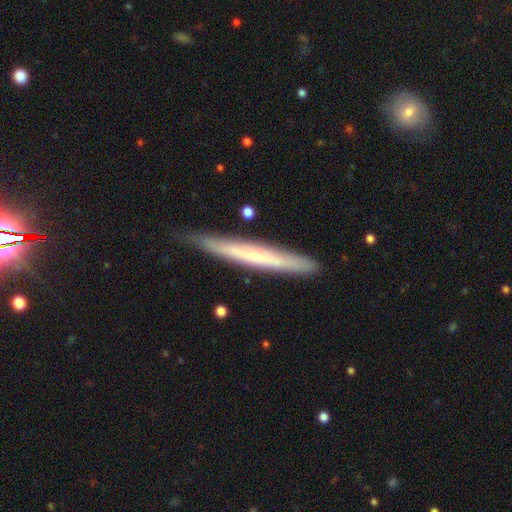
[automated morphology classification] Overall: featured or disk (53%; smooth 42%). Edge-on disk: yes (92%). Merging: none (83%).